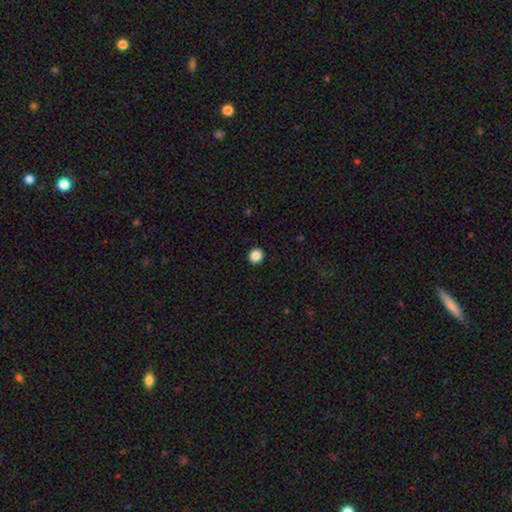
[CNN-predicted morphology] Overall: smooth (87%). How rounded: round (85%). Merging: none (93%).